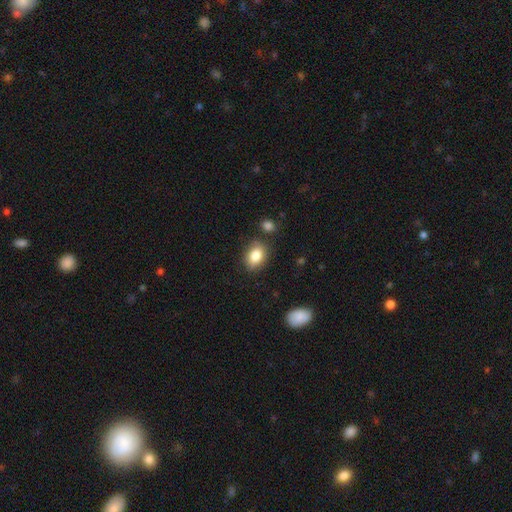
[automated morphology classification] Overall: smooth (84%). How rounded: in between (74%). Merging: none (81%).